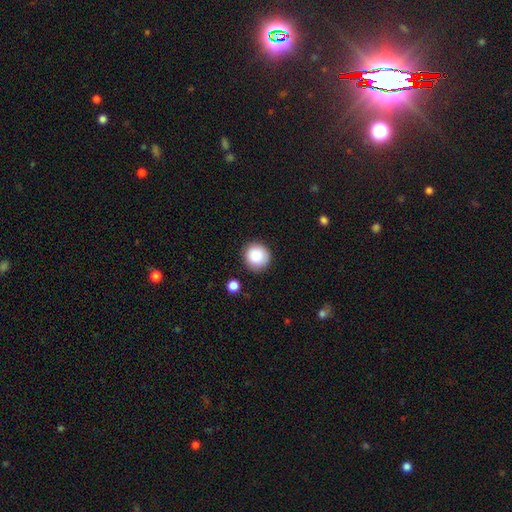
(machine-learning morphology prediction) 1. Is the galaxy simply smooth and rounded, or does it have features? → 87% smooth, 8% star or artifact, 5% featured or disk.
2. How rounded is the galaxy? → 93% round, 6% in between, 1% cigar-shaped.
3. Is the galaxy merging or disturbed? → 88% none, 8% minor disturbance, 2% major disturbance, 2% merger.